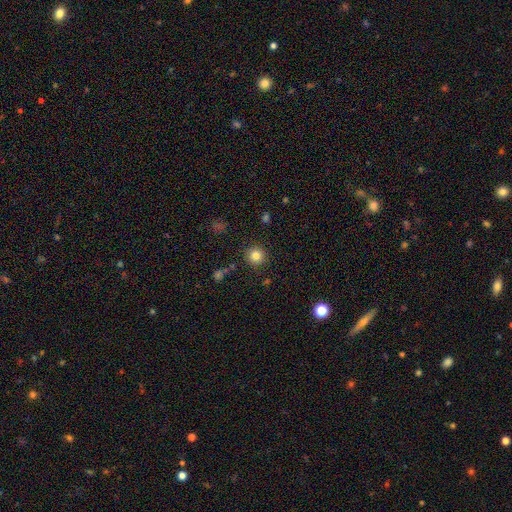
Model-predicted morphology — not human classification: This appears to be a smooth galaxy with no disk features (82%) that is round (94%). Merging: none (89%).